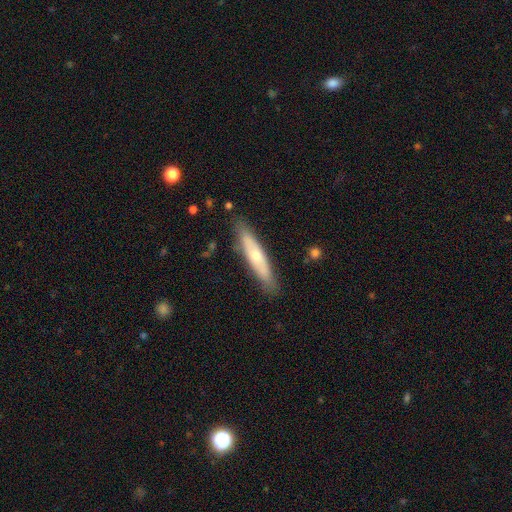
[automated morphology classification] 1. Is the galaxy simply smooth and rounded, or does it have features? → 52% featured or disk, 41% smooth, 8% star or artifact.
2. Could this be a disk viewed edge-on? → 79% yes, 21% no.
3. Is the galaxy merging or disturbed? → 86% none, 11% minor disturbance, 2% major disturbance, 1% merger.